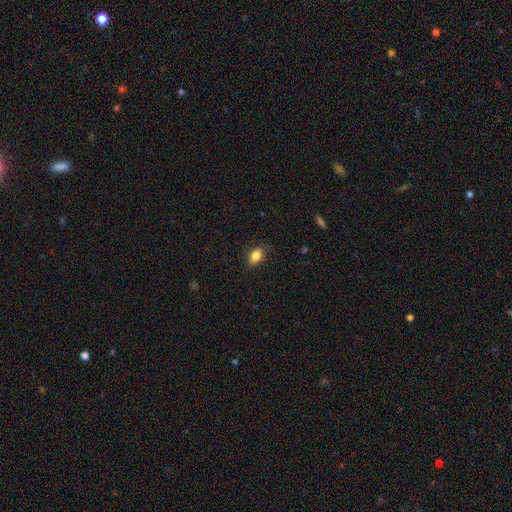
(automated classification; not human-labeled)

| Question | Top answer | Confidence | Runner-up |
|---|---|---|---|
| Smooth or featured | smooth | 81% | featured or disk (11%) |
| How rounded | in between | 84% | round (11%) |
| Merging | none | 78% | minor disturbance (18%) |